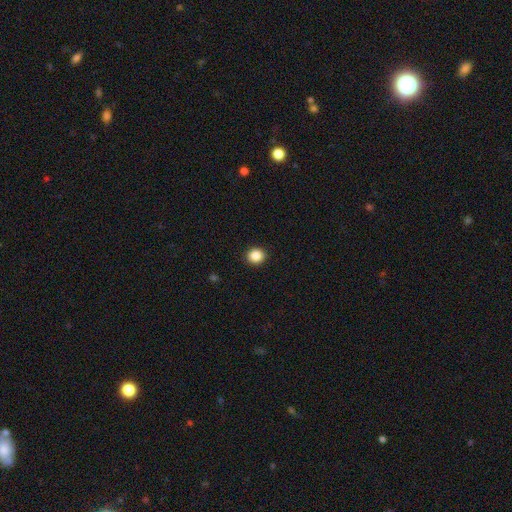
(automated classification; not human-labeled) The model was most divided on "how rounded": round: 81%, in between: 18%, cigar-shaped: 1%. More confident: merging — none (92%); smooth or featured — smooth (87%).